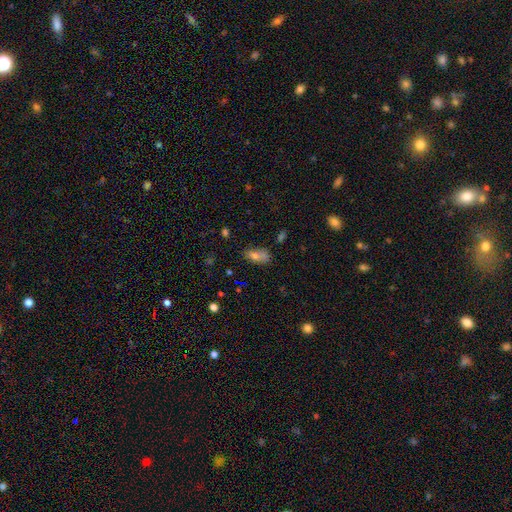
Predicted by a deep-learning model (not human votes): Smooth or featured? Predicted: smooth (p=0.70). How rounded? Predicted: in between (p=0.81). Merging? Predicted: none (p=0.54).